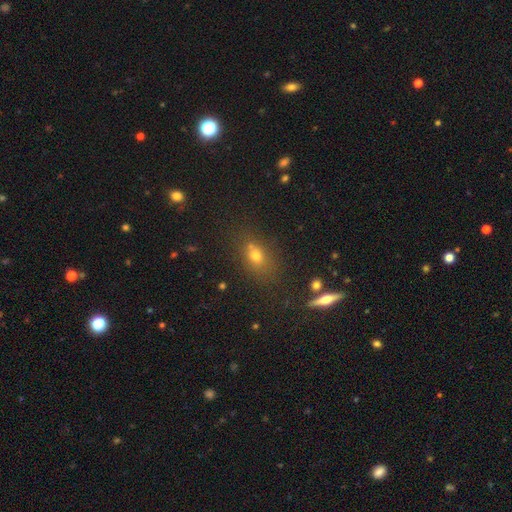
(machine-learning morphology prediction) This is likely a smooth galaxy (64%). How rounded: possibly in between (59%). Merging: likely none (63%).